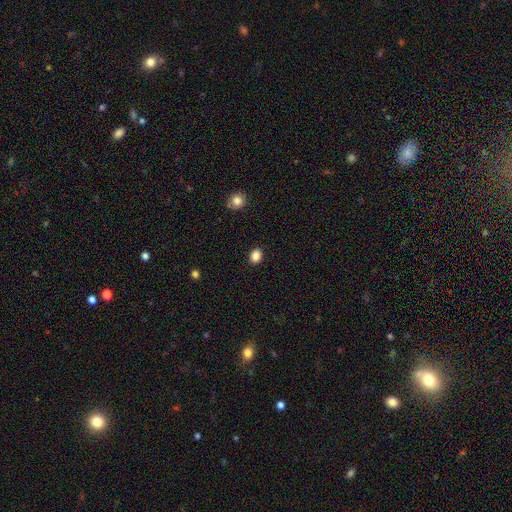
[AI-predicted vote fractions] Smooth or featured? Predicted: smooth (p=0.87). How rounded? Predicted: in between (p=0.63). Merging? Predicted: none (p=0.90).